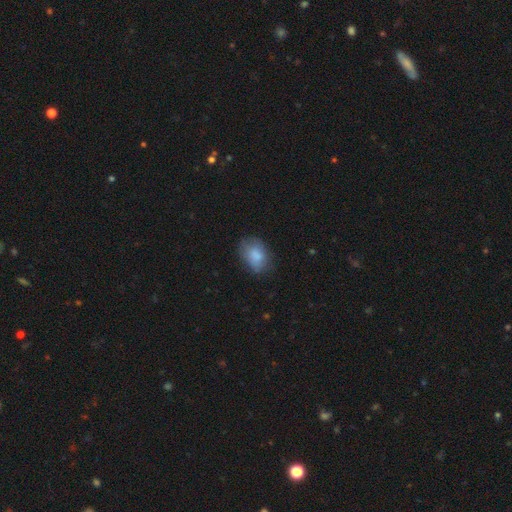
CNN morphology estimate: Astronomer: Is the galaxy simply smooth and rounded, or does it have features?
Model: smooth — 80%.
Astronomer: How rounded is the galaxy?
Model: in between — 79%.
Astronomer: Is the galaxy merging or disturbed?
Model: none — 66%.